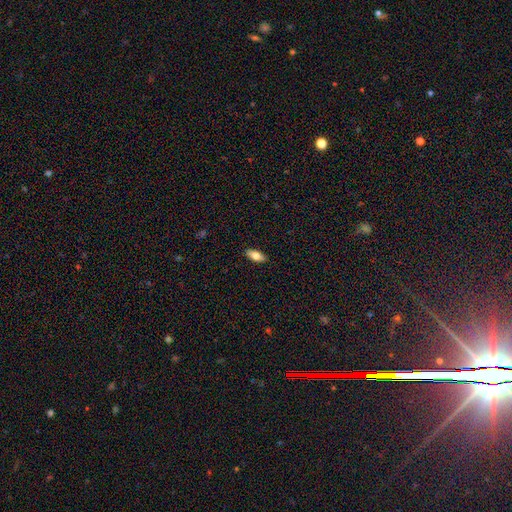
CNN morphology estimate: Q: Smooth or featured?
A: smooth (76%); runner-up: featured or disk (18%)
Q: How rounded?
A: in between (85%); runner-up: cigar-shaped (13%)
Q: Merging?
A: none (89%); runner-up: minor disturbance (8%)